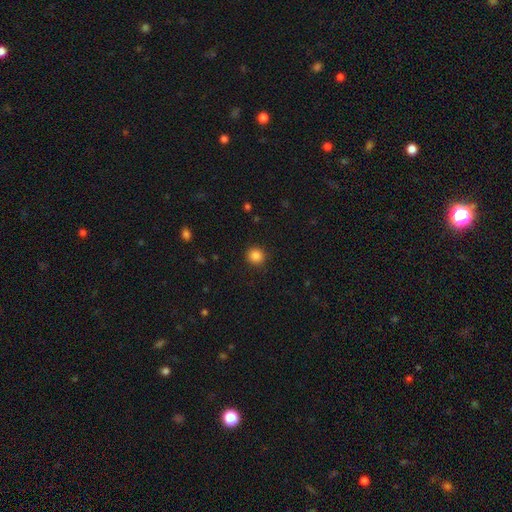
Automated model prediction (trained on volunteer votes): The model was most divided on "smooth or featured": smooth: 86%, star or artifact: 11%, featured or disk: 3%. More confident: how rounded — round (92%); merging — none (91%).